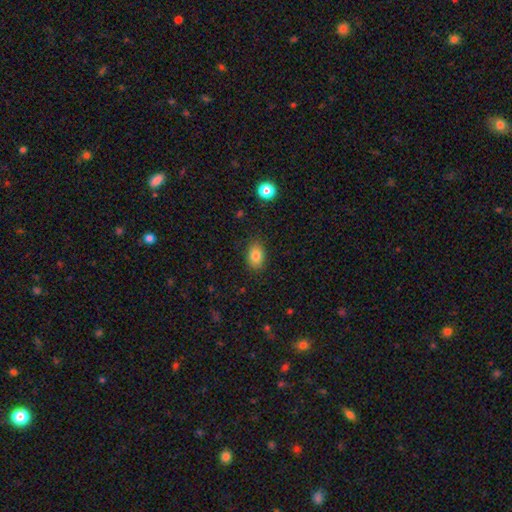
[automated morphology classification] Smooth or featured: smooth — 83% (star or artifact — 9%)
How rounded: in between — 78% (round — 21%)
Merging: none — 84% (minor disturbance — 12%)